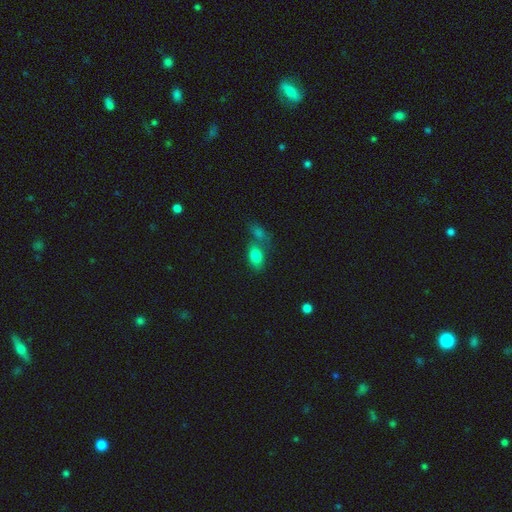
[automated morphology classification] Overall: smooth (81%). How rounded: in between (87%). Merging: none (43%; merger 40%).